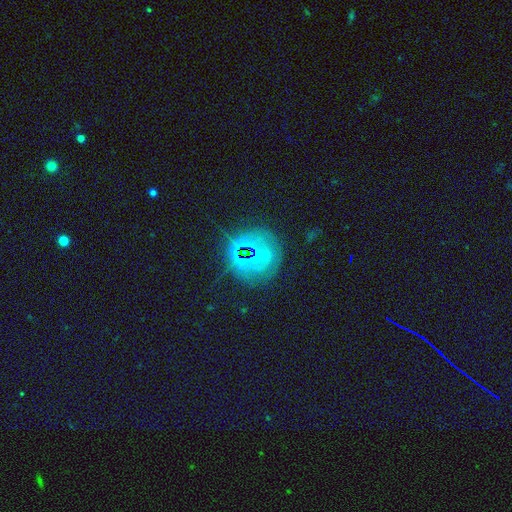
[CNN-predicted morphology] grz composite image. It shows a star or artifact, not a galaxy (63%).